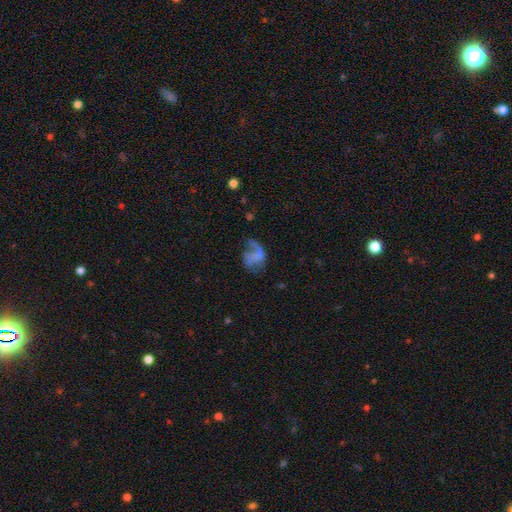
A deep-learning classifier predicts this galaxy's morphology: Smooth or featured? featured or disk (50%)
Merging? major disturbance (43%)